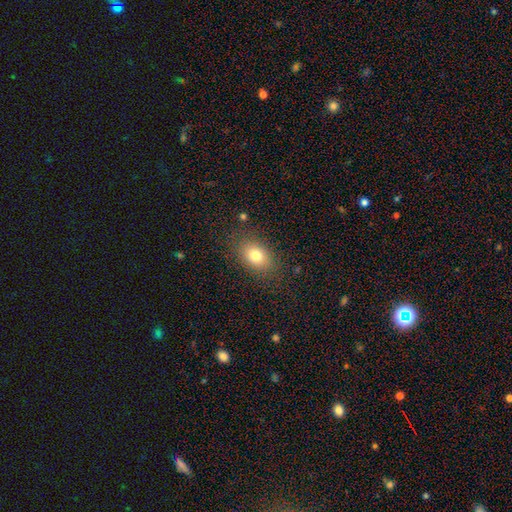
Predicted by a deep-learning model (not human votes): smooth 78%, featured or disk 11%, star or artifact 11%. Down the decision tree: how rounded — in between (76%); merging — none (83%).